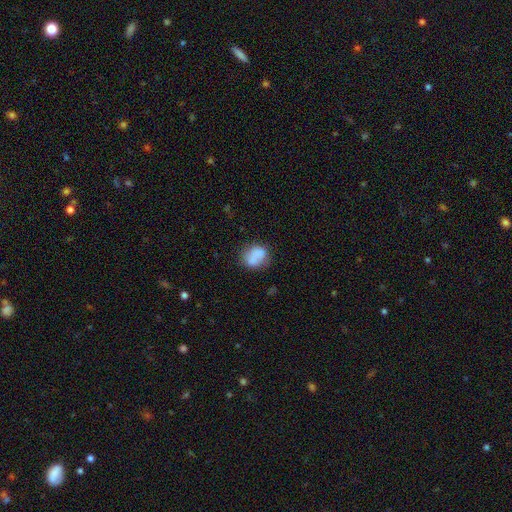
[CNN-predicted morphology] A smooth galaxy with no disk features (74%) that is round (52%).

Vote fractions:
- Smooth or featured? smooth: 74% / featured or disk: 17% / star or artifact: 9%
- How rounded? round: 52% / in between: 46% / cigar-shaped: 1%
- Merging? none: 51% / minor disturbance: 22% / merger: 18% / major disturbance: 9%